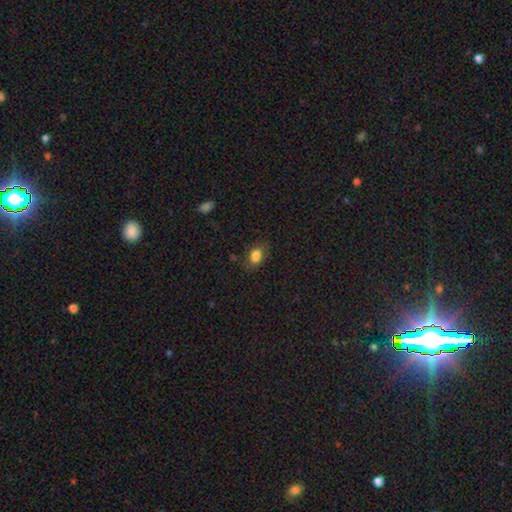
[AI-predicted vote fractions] Overall: smooth (83%). How rounded: in between (73%). Merging: none (77%).